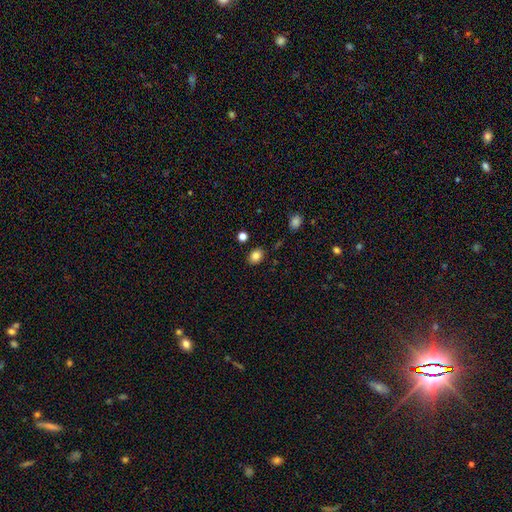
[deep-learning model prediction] Smooth or featured?
  - smooth: 84% *
  - star or artifact: 11%
  - featured or disk: 6%
How rounded?
  - in between: 61% *
  - round: 38%
  - cigar-shaped: 1%
Merging?
  - none: 84% *
  - minor disturbance: 10%
  - merger: 3%
  - major disturbance: 3%